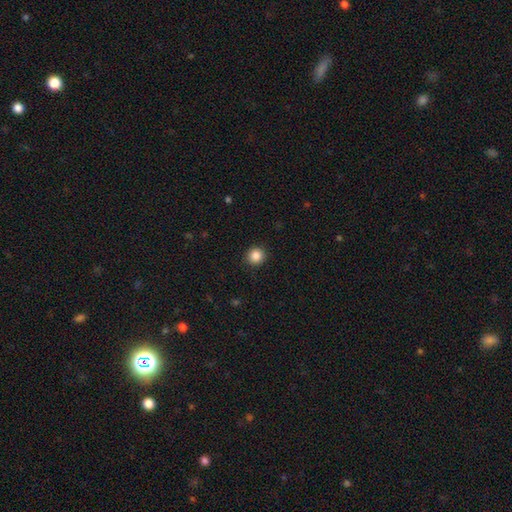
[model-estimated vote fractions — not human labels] The model was most divided on "smooth or featured": smooth: 87%, star or artifact: 10%, featured or disk: 3%. More confident: how rounded — round (91%); merging — none (90%).